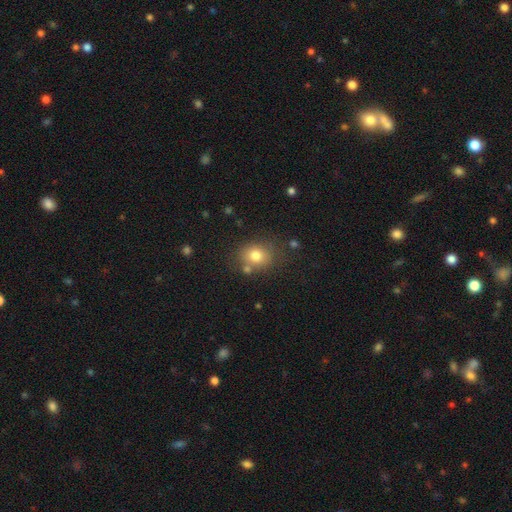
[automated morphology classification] Overall: smooth (78%). How rounded: round (63%; in between 36%). Merging: none (71%).